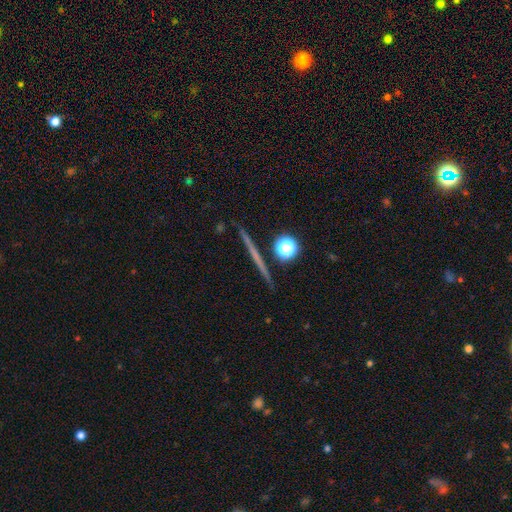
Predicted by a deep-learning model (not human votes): smooth_or_featured: featured or disk (p=0.57) [alt: smooth p=0.31]
disk_edge_on: yes (p=0.97) [alt: no p=0.03]
edge_on_bulge: none (p=0.82) [alt: rounded p=0.13]
merging: none (p=0.91) [alt: minor disturbance p=0.05]